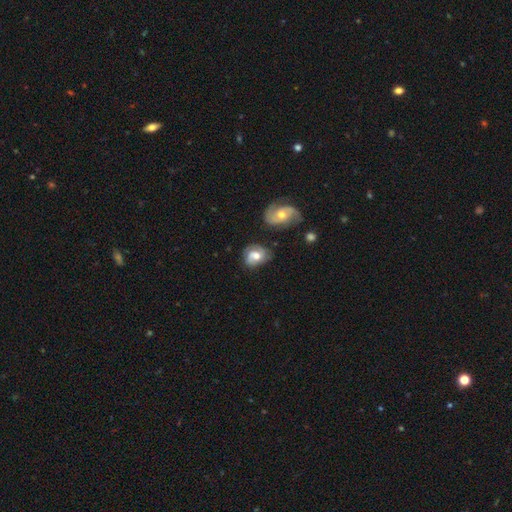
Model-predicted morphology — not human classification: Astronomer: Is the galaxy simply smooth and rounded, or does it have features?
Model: featured or disk — 57% (runner-up: smooth, 35%).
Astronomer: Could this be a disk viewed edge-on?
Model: no — 97%.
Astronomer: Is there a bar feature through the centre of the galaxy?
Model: no — 59%.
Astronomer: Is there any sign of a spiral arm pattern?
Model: yes — 85%.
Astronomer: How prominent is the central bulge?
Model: moderate — 66%.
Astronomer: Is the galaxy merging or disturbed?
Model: none — 57%.